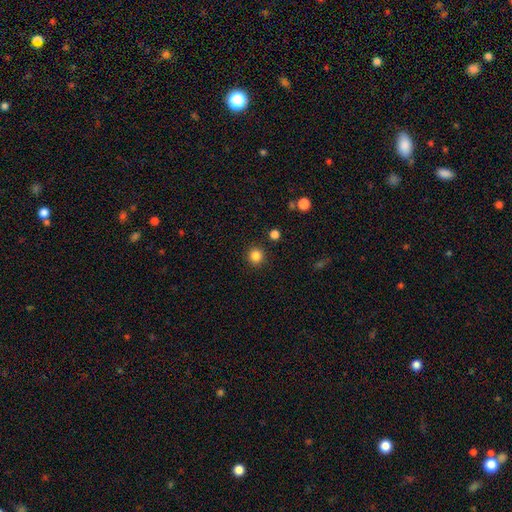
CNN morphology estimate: Overall: smooth (84%). How rounded: round (95%). Merging: none (91%).